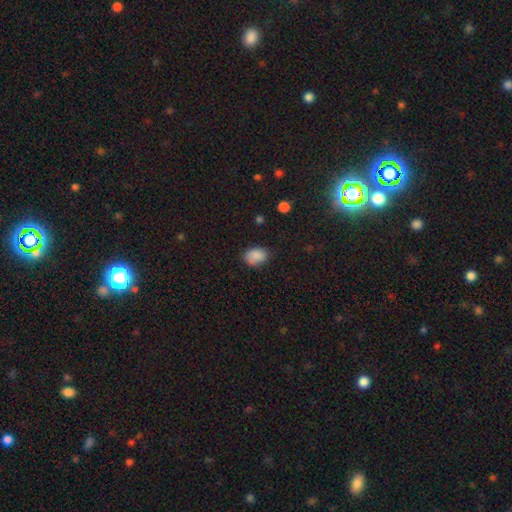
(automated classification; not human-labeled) smooth 87%, star or artifact 8%, featured or disk 5%. Down the decision tree: how rounded — in between (78%); merging — none (73%).